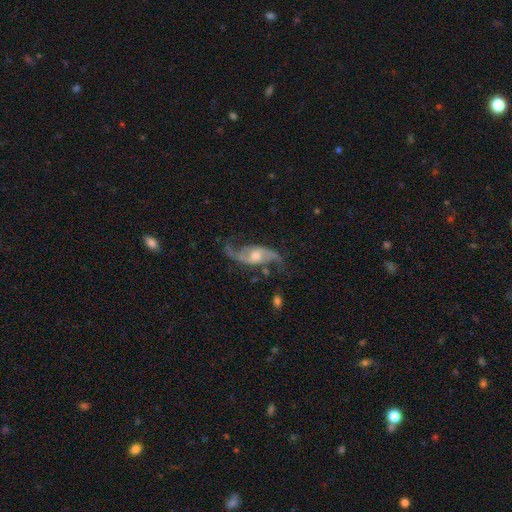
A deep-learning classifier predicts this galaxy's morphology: featured or disk 89%, star or artifact 6%, smooth 5%. Down the decision tree: edge-on disk — no (94%); bar — no (49%); spiral arms — yes (97%); spiral arm count — 2 (92%); spiral winding — loose (71%); bulge size — moderate (58%); merging — none (73%).